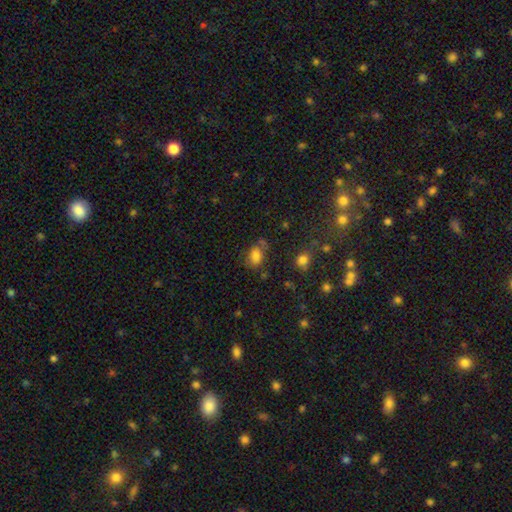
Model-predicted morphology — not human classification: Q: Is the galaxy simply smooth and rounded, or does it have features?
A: smooth — 79%.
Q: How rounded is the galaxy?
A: in between — 74%.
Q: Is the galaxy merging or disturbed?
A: none — 63%.